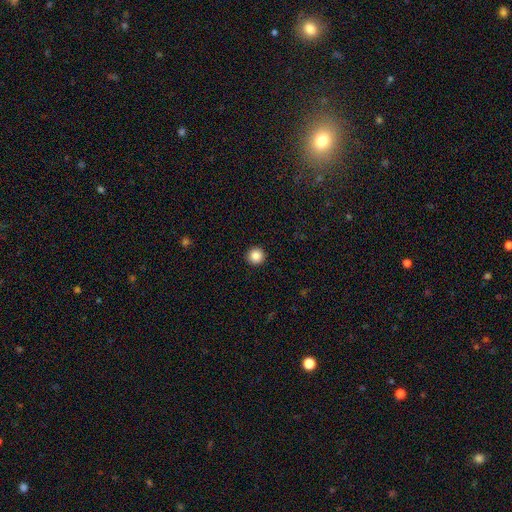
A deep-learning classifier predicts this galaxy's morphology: smooth-or-featured: smooth: 86% | star or artifact: 10% | featured or disk: 4%
  how-rounded: round: 96% | in between: 3% | cigar-shaped: 1%
  merging: none: 94% | minor disturbance: 4% | major disturbance: 1% | merger: 1%